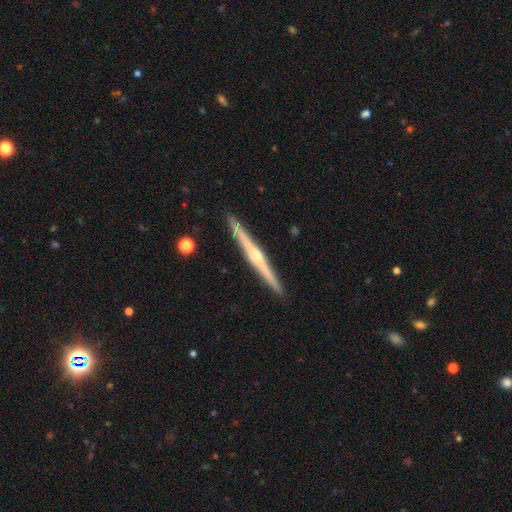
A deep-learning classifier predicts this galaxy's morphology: featured or disk 78%, smooth 17%, star or artifact 5%. Down the decision tree: edge-on disk — yes (99%); edge-on bulge — rounded (77%); merging — none (93%).